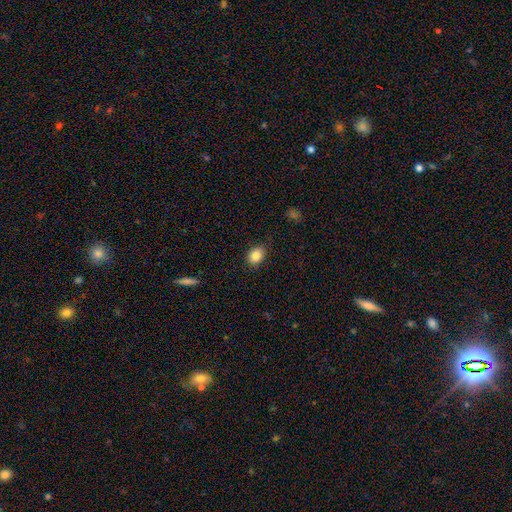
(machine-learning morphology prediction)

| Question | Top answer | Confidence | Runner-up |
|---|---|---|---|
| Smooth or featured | smooth | 86% | star or artifact (9%) |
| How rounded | in between | 64% | round (34%) |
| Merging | none | 85% | minor disturbance (11%) |